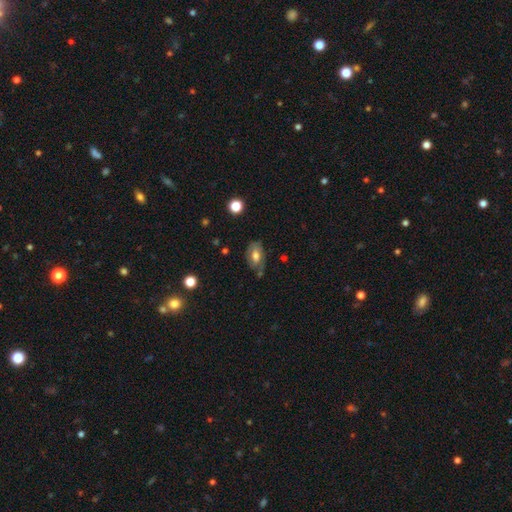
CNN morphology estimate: Smooth or featured?
  - smooth: 52% *
  - featured or disk: 39%
  - star or artifact: 8%
How rounded?
  - in between: 89% *
  - round: 8%
  - cigar-shaped: 3%
Merging?
  - none: 58% *
  - minor disturbance: 29%
  - major disturbance: 10%
  - merger: 4%